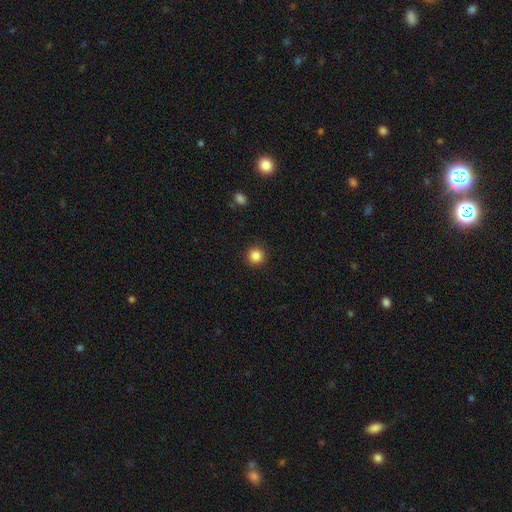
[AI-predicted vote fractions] Smooth or featured? Predicted: smooth (p=0.85). How rounded? Predicted: round (p=0.95). Merging? Predicted: none (p=0.92).